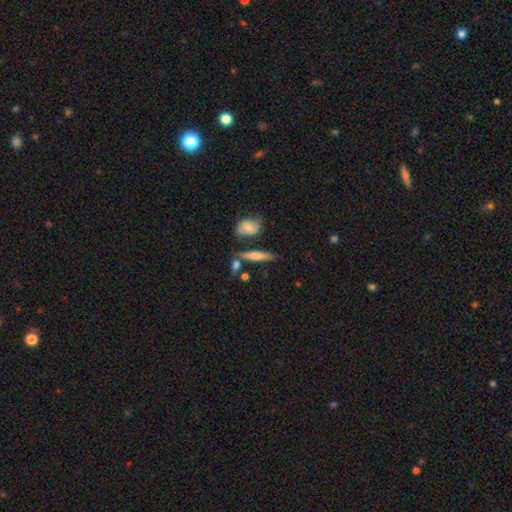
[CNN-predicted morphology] Smooth or featured? Predicted: smooth (p=0.60). How rounded? Predicted: cigar-shaped (p=0.76). Merging? Predicted: none (p=0.68).